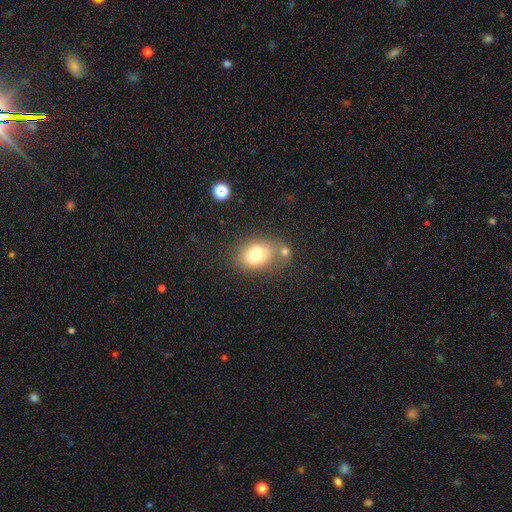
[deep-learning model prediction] Smooth or featured? Predicted: smooth (p=0.72). How rounded? Predicted: in between (p=0.67). Merging? Predicted: none (p=0.47).